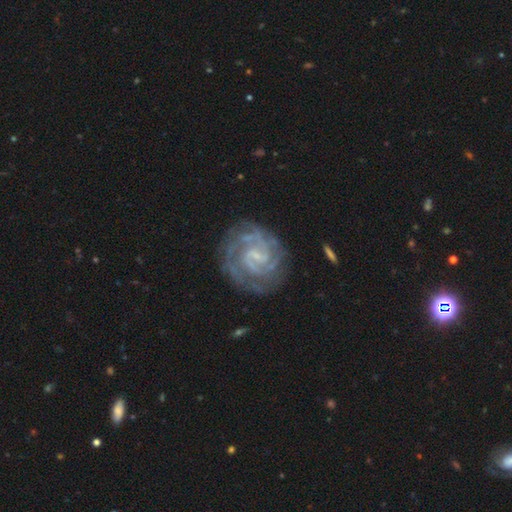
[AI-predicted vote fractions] Morphology: type=featured or disk (90%); edge-on=no (98%); bar=weak (54%); spiral arms=yes (98%); winding=tight (68%); arm count=2 (41%); bulge=small (62%); merging=none (78%).